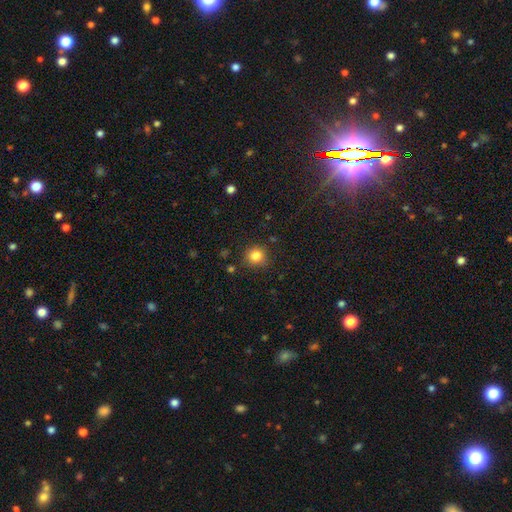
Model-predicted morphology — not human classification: Overall: smooth (83%). How rounded: round (92%). Merging: none (86%).